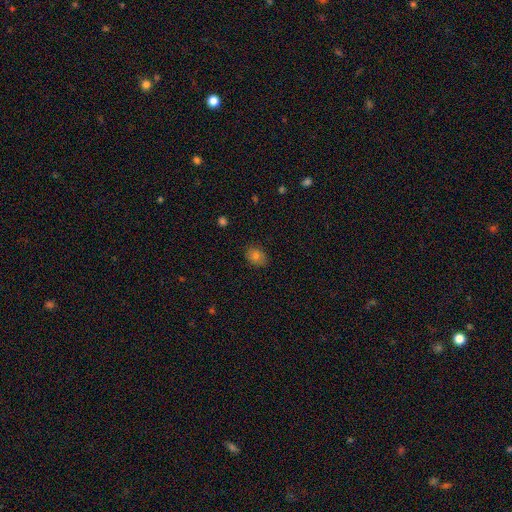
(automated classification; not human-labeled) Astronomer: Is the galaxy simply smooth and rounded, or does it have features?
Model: smooth — 78%.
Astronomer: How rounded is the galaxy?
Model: in between — 60% (runner-up: round, 39%).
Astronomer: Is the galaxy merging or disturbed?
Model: none — 83%.